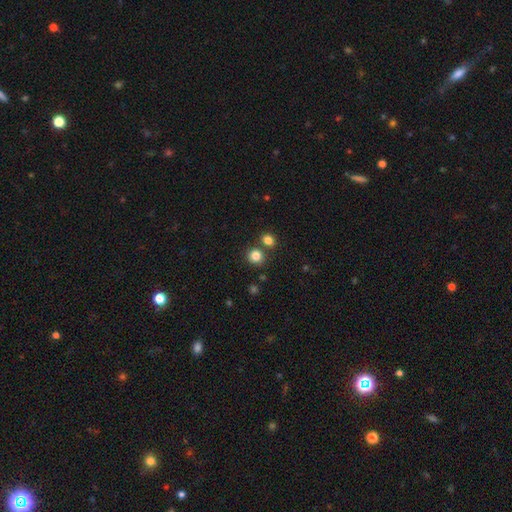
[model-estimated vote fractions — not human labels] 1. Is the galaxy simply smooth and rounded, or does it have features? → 82% smooth, 13% star or artifact, 5% featured or disk.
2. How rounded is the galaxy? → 88% round, 11% in between, 1% cigar-shaped.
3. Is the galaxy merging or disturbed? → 73% none, 17% merger, 7% minor disturbance, 2% major disturbance.